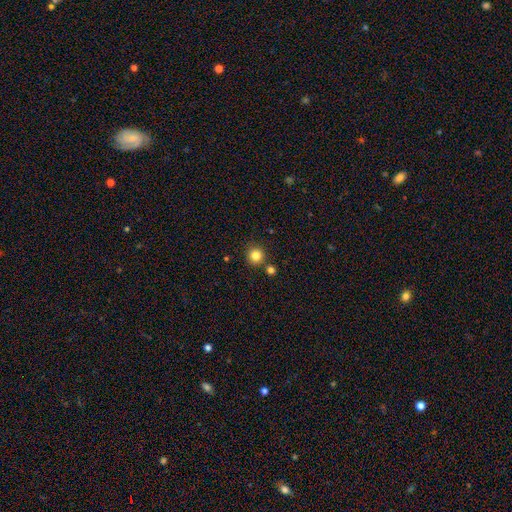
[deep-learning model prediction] A smooth galaxy with no disk features (83%) that is round (94%).

Vote fractions:
- Smooth or featured? smooth: 83% / star or artifact: 12% / featured or disk: 6%
- How rounded? round: 94% / in between: 5% / cigar-shaped: 1%
- Merging? none: 82% / merger: 9% / minor disturbance: 7% / major disturbance: 2%